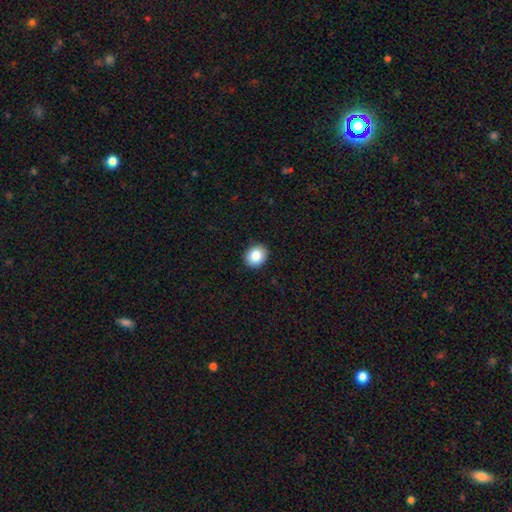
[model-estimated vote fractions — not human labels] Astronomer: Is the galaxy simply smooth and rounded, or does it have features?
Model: smooth — 84%.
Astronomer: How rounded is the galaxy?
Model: round — 64%.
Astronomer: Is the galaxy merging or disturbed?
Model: none — 91%.